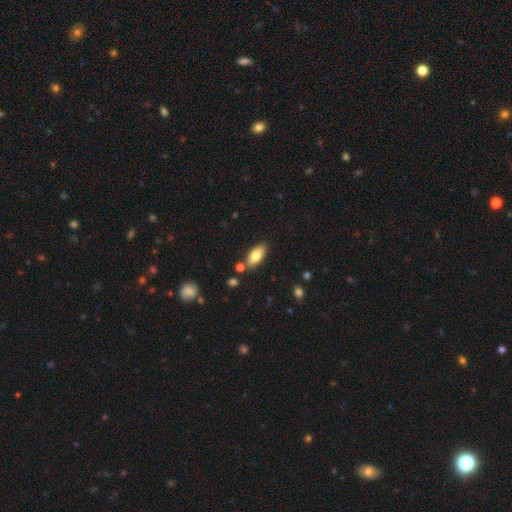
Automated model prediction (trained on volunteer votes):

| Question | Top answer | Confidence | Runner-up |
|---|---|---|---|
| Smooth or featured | smooth | 80% | featured or disk (13%) |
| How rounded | in between | 86% | cigar-shaped (11%) |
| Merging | none | 78% | minor disturbance (12%) |